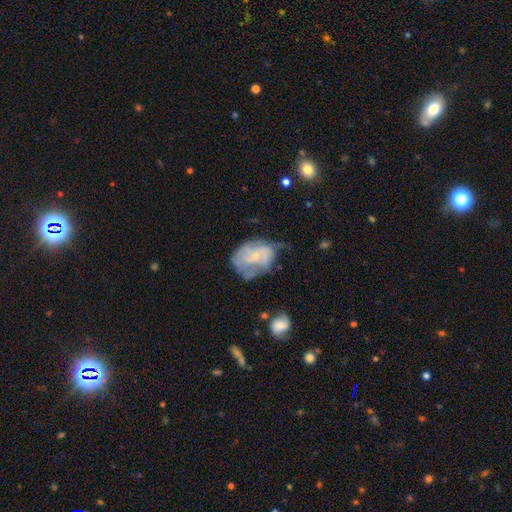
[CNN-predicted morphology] type=featured or disk (51%); edge-on=no (97%); merging=minor disturbance (33%).